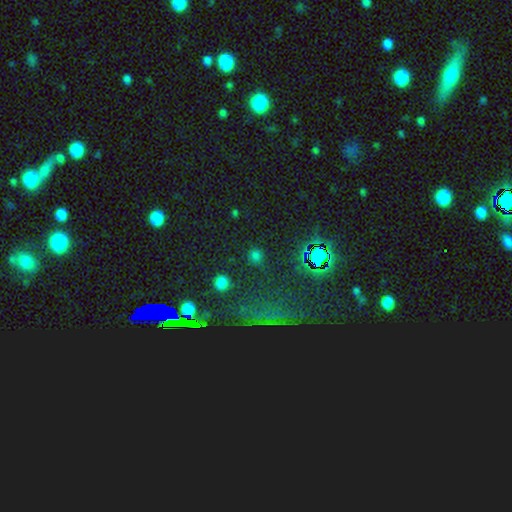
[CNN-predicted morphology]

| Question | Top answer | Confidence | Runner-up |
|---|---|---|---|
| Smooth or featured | smooth | 55% | star or artifact (39%) |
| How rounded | round | 92% | in between (7%) |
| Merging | none | 86% | minor disturbance (7%) |